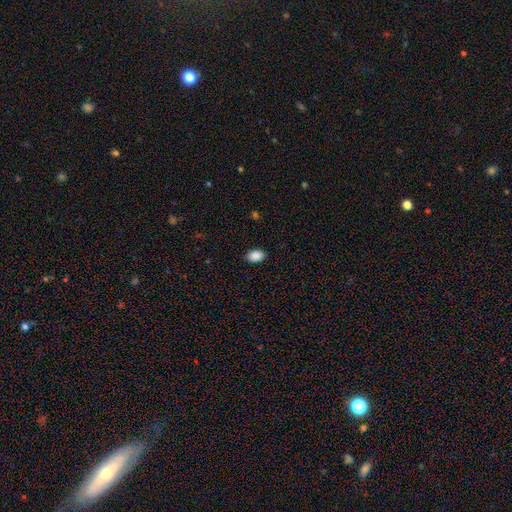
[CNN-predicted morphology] Q: Smooth or featured?
A: smooth (89%); runner-up: star or artifact (8%)
Q: How rounded?
A: in between (88%); runner-up: round (11%)
Q: Merging?
A: none (87%); runner-up: minor disturbance (10%)